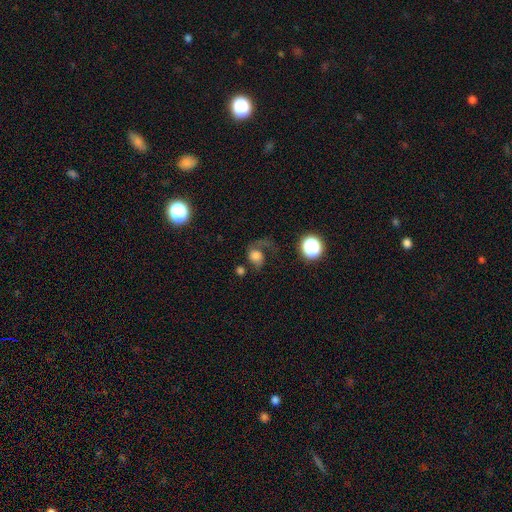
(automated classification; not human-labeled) Smooth or featured: smooth — 48% (featured or disk — 39%)
Merging: major disturbance — 44% (none — 31%)